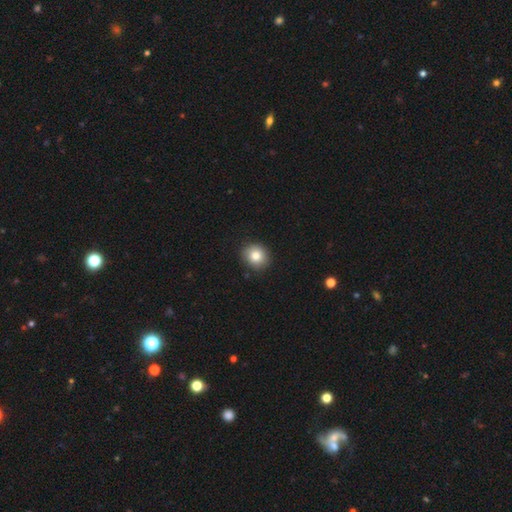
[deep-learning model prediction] The model was most divided on "how rounded": round: 84%, in between: 16%, cigar-shaped: 1%. More confident: merging — none (89%); smooth or featured — smooth (82%).